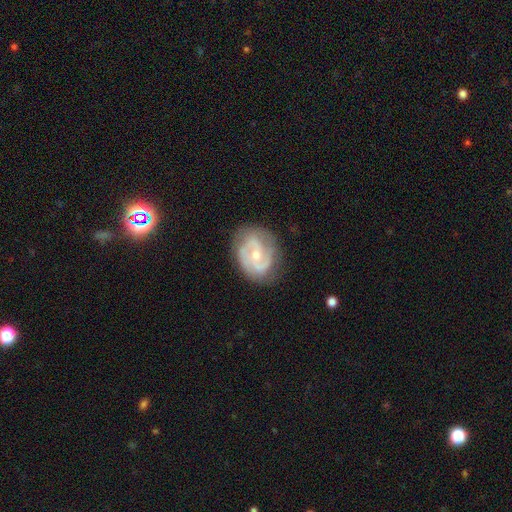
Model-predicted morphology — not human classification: Smooth or featured? featured or disk (83%)
Edge-on disk? no (97%)
Bar? no (46%)
Spiral arms? yes (93%)
Spiral winding? medium (49%)
Spiral arm count? 2 (73%)
Bulge size? small (55%)
Merging? none (75%)